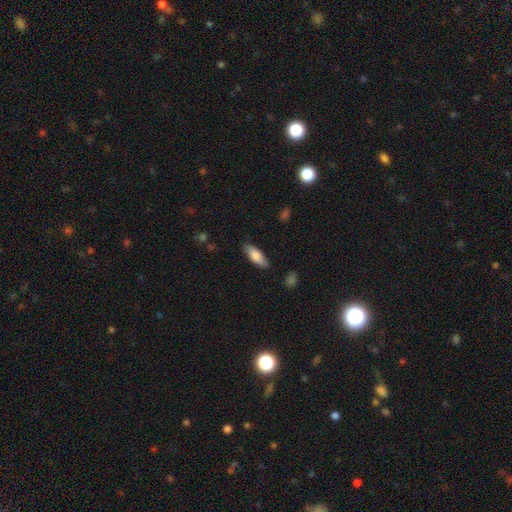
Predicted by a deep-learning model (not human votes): This appears to be a smooth galaxy with no disk features (80%) that is in between round and cigar-shaped (67%). Merging: none (82%).